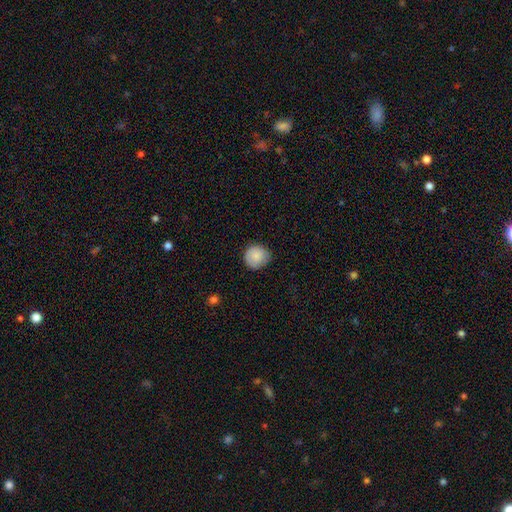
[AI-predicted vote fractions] Smooth or featured? Predicted: smooth (p=0.85). How rounded? Predicted: round (p=0.90). Merging? Predicted: none (p=0.80).